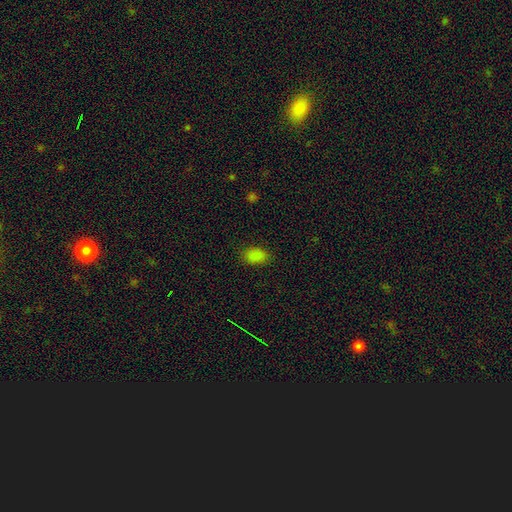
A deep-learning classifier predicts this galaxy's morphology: Q: Smooth or featured?
A: smooth (84%); runner-up: star or artifact (13%)
Q: How rounded?
A: in between (88%); runner-up: round (10%)
Q: Merging?
A: none (83%); runner-up: minor disturbance (13%)